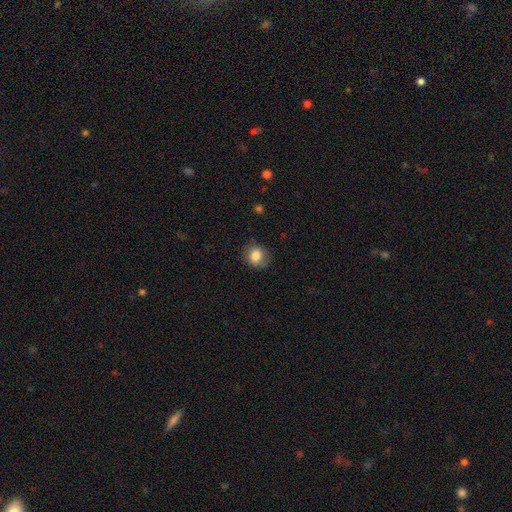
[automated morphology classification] A smooth galaxy with no disk features (83%) that is round (70%).

Vote fractions:
- Smooth or featured? smooth: 83% / star or artifact: 9% / featured or disk: 8%
- How rounded? round: 70% / in between: 29% / cigar-shaped: 1%
- Merging? none: 76% / minor disturbance: 18% / major disturbance: 5% / merger: 1%